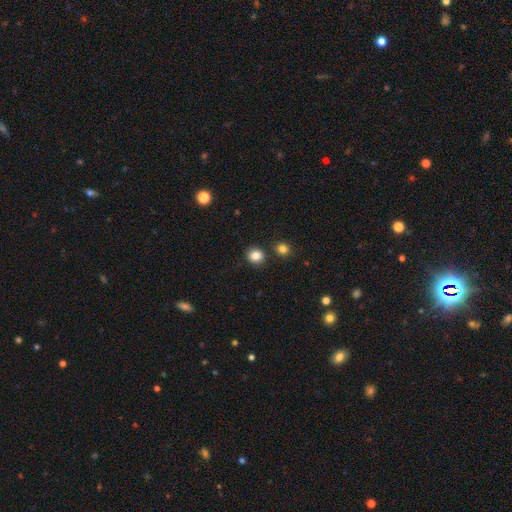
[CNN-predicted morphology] smooth-or-featured: smooth: 84% | star or artifact: 11% | featured or disk: 5%
  how-rounded: round: 85% | in between: 14% | cigar-shaped: 1%
  merging: none: 87% | minor disturbance: 6% | merger: 5% | major disturbance: 2%